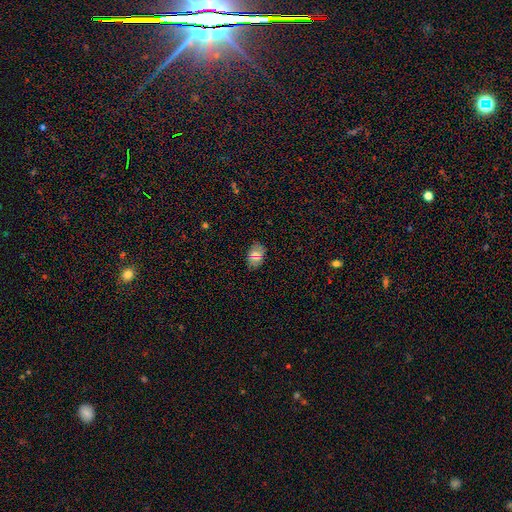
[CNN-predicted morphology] Smooth or featured? smooth (76%)
How rounded? in between (86%)
Merging? none (84%)